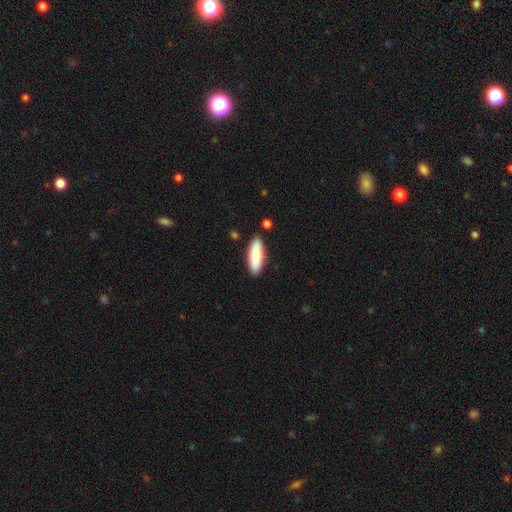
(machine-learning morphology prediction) A smooth galaxy with no disk features (86%) that is in between round and cigar-shaped (60%). Merging: none (86%).